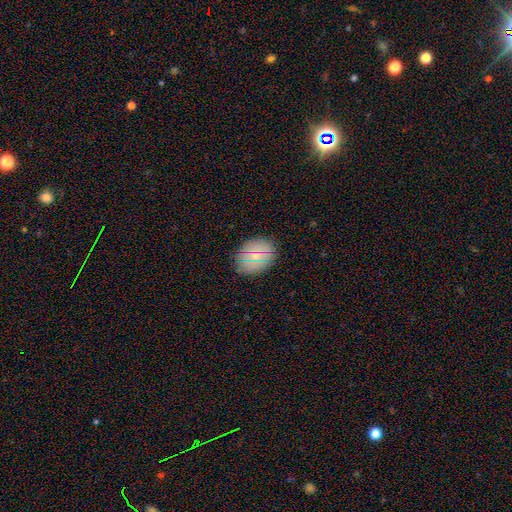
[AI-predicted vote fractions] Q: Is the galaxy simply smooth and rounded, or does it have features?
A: smooth — 66%.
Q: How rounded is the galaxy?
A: in between — 60%.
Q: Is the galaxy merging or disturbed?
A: none — 86%.